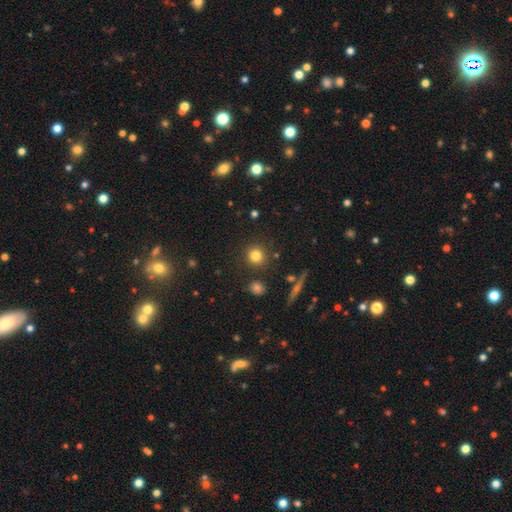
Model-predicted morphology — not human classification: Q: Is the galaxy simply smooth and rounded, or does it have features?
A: smooth — 80%.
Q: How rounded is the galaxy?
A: round — 92%.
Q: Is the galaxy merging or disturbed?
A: none — 87%.